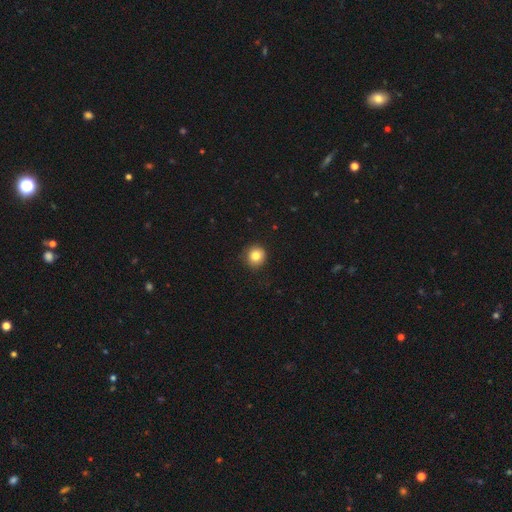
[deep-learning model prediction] Q: Smooth or featured?
A: smooth (82%); runner-up: star or artifact (10%)
Q: How rounded?
A: round (91%); runner-up: in between (8%)
Q: Merging?
A: none (88%); runner-up: minor disturbance (8%)